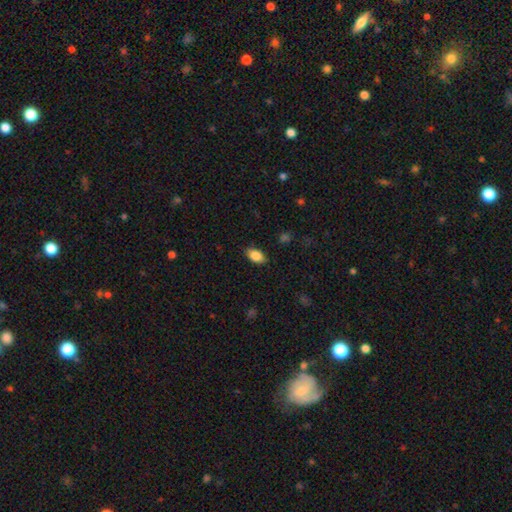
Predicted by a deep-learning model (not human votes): Smooth or featured: smooth — 85% (star or artifact — 8%)
How rounded: in between — 91% (round — 6%)
Merging: none — 85% (minor disturbance — 12%)